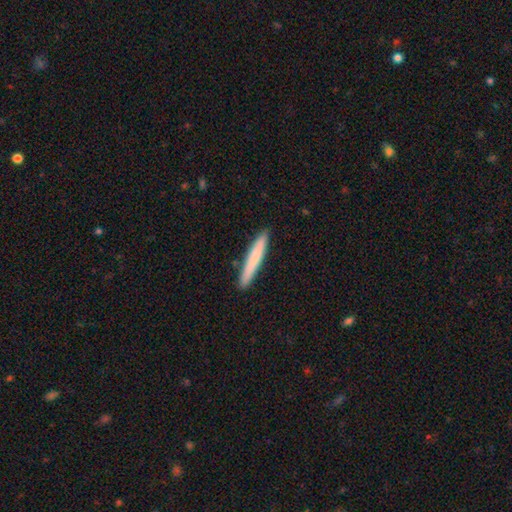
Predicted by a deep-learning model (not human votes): Smooth or featured? smooth (75%)
How rounded? cigar-shaped (95%)
Merging? none (89%)